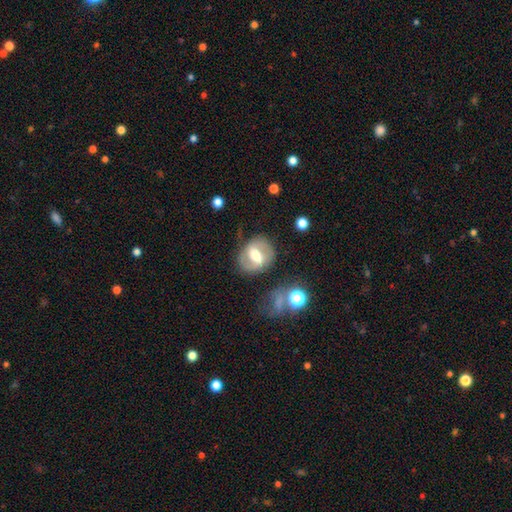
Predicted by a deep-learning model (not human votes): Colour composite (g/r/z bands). It shows a featured or disk galaxy (68%) with a strong bar (48%), spiral arms (72%) and a moderate central bulge (65%). Merging: none (74%).